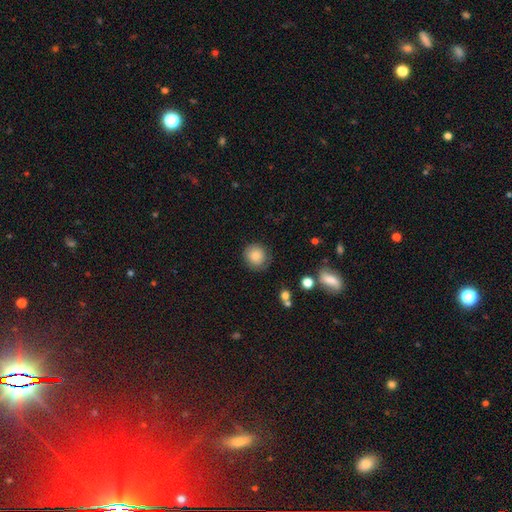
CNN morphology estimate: Smooth or featured? Predicted: smooth (p=0.83). How rounded? Predicted: round (p=0.88). Merging? Predicted: none (p=0.80).